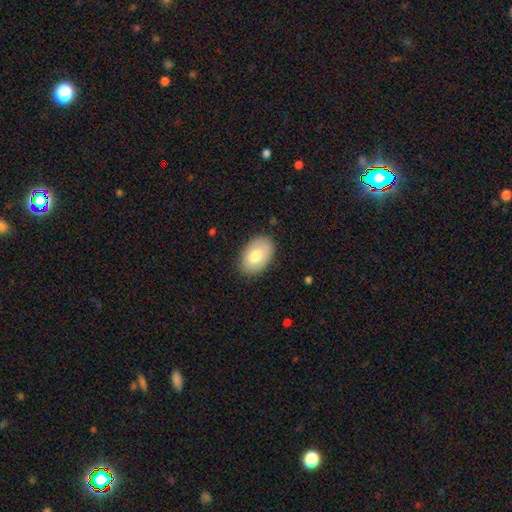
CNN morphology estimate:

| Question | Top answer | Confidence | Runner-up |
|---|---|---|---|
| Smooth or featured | smooth | 77% | featured or disk (17%) |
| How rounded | in between | 91% | round (8%) |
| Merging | none | 85% | minor disturbance (12%) |